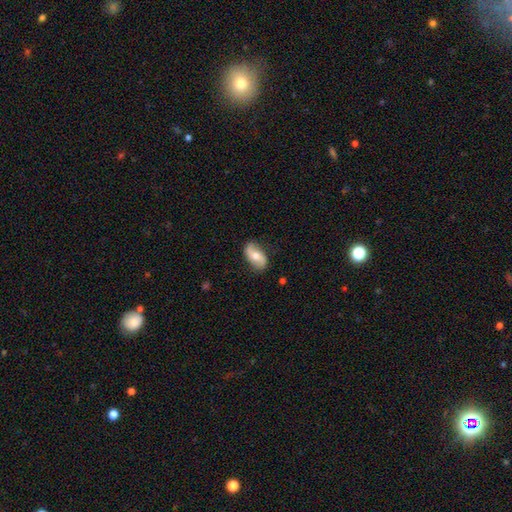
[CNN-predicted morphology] This appears to be a featured or disk galaxy (50%). Merging: none (80%).